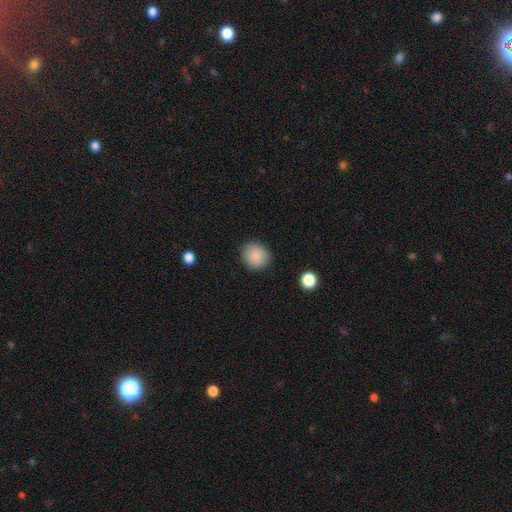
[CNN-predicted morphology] Overall: smooth (87%). How rounded: round (83%). Merging: none (89%).